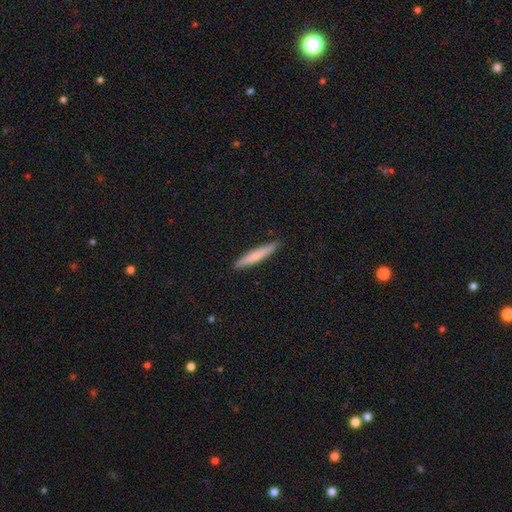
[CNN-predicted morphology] Smooth or featured? Predicted: smooth (p=0.68). How rounded? Predicted: cigar-shaped (p=0.93). Merging? Predicted: none (p=0.91).